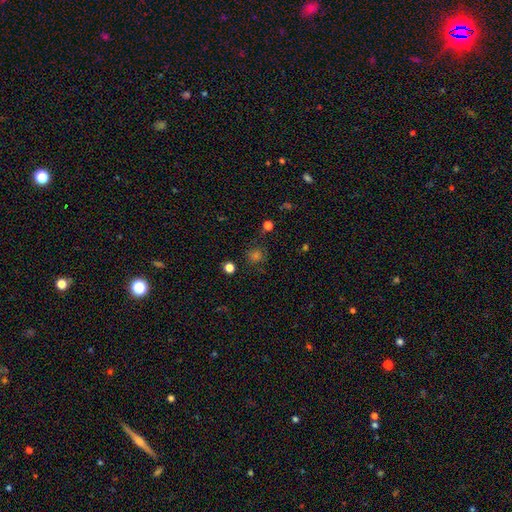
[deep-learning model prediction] Smooth or featured? smooth (54%)
How rounded? round (87%)
Merging? none (77%)